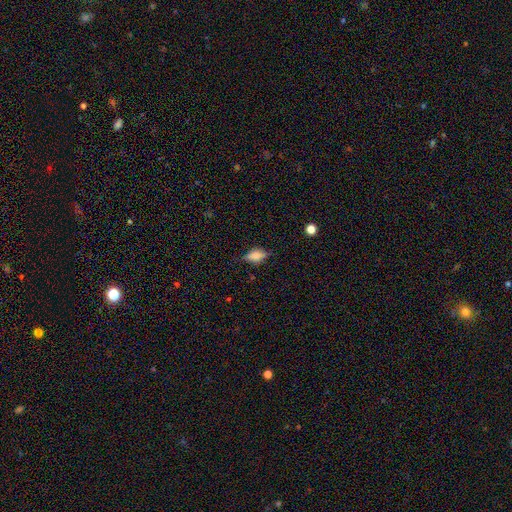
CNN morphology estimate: Smooth or featured: smooth — 60% (featured or disk — 29%)
How rounded: in between — 77% (cigar-shaped — 15%)
Merging: none — 72% (minor disturbance — 21%)